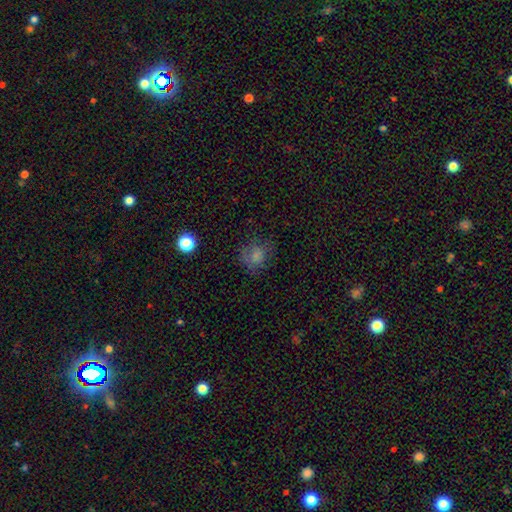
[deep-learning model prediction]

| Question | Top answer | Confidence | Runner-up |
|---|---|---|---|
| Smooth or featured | smooth | 71% | star or artifact (16%) |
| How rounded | round | 72% | in between (27%) |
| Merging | none | 64% | minor disturbance (21%) |